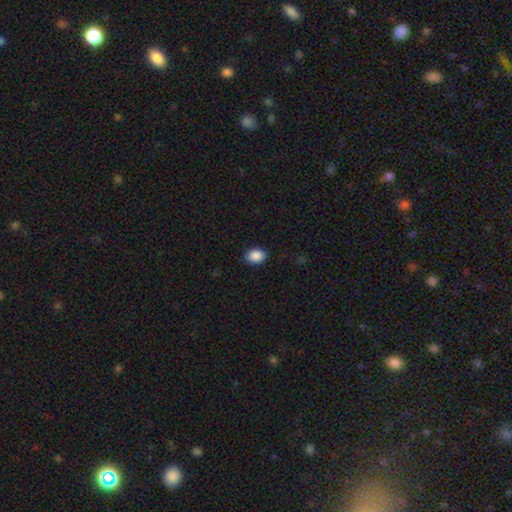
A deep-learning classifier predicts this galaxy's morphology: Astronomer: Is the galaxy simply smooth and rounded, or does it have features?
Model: smooth — 89%.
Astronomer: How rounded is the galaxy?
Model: in between — 71%.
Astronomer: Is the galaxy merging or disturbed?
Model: none — 89%.